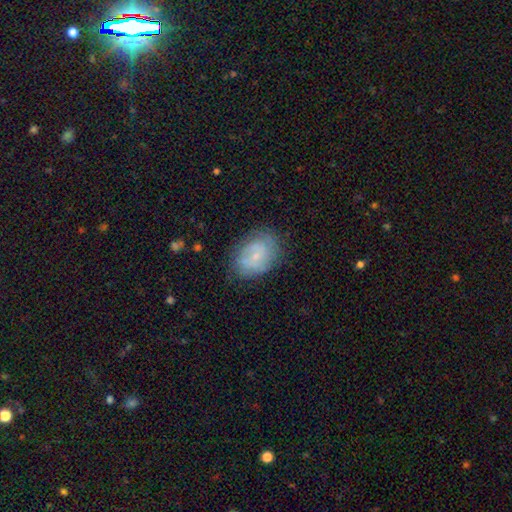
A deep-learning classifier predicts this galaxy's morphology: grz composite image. It shows a featured or disk galaxy (46%). Merging: none (73%).